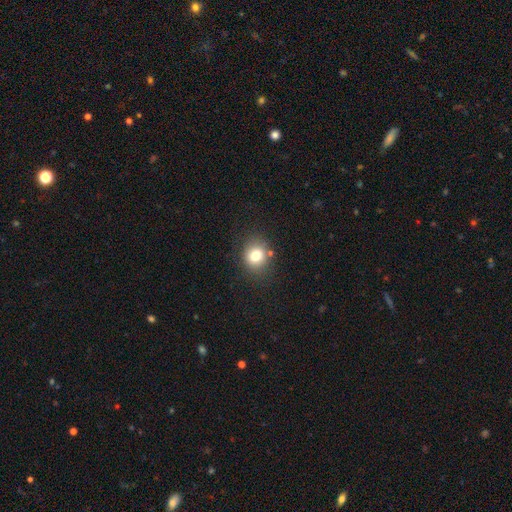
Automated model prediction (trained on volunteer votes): The model was most divided on "how rounded": round: 73%, in between: 26%, cigar-shaped: 1%. More confident: merging — none (80%); smooth or featured — smooth (78%).